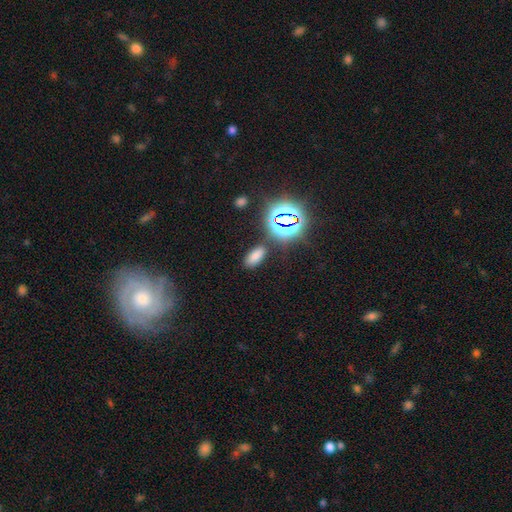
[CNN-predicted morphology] smooth-or-featured: smooth: 69% | star or artifact: 25% | featured or disk: 6%
  how-rounded: in between: 87% | cigar-shaped: 7% | round: 6%
  merging: none: 83% | minor disturbance: 9% | merger: 5% | major disturbance: 3%